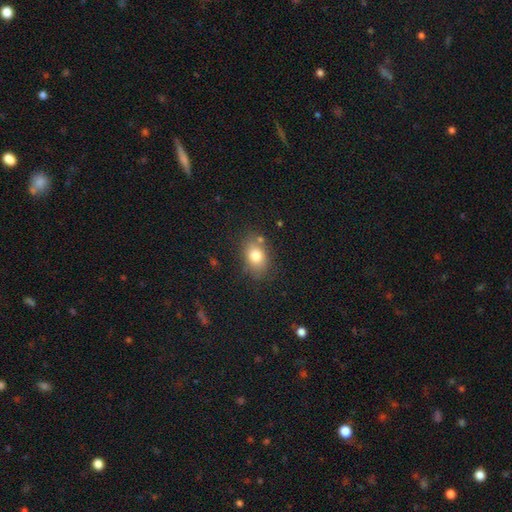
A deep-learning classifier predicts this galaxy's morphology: A smooth galaxy with no disk features (78%) that is in between round and cigar-shaped (74%). Merging: none (77%).